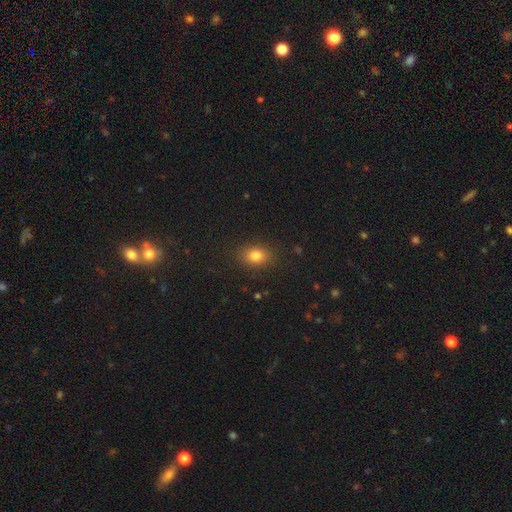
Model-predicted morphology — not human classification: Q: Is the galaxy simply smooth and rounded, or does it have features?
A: smooth — 81%.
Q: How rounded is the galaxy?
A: in between — 68%.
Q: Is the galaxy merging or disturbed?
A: none — 87%.